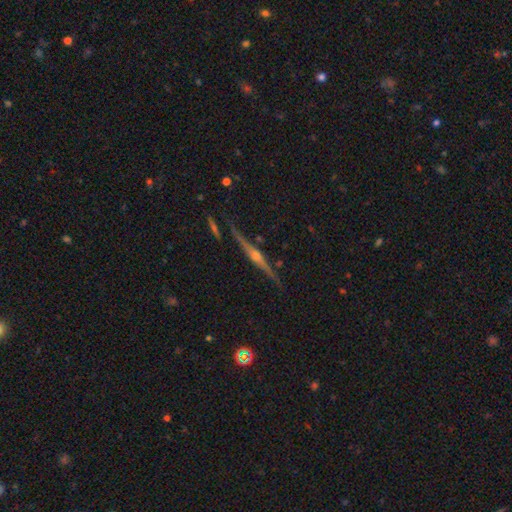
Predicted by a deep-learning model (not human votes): Smooth or featured: featured or disk — 87% (star or artifact — 7%)
Edge-on disk: yes — 98% (no — 2%)
Edge-on bulge: rounded — 90% (boxy — 5%)
Merging: none — 88% (minor disturbance — 8%)